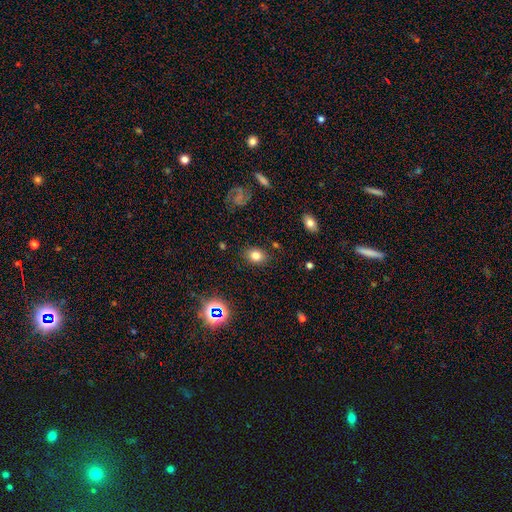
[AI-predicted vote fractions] Q: Smooth or featured?
A: smooth (78%); runner-up: star or artifact (13%)
Q: How rounded?
A: in between (61%); runner-up: round (38%)
Q: Merging?
A: none (84%); runner-up: minor disturbance (11%)